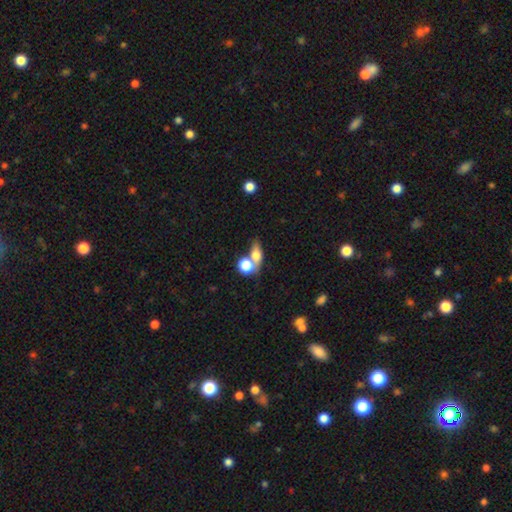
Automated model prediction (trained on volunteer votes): Overall: smooth (70%). How rounded: in between (54%; round 34%). Merging: merger (42%; none 40%).